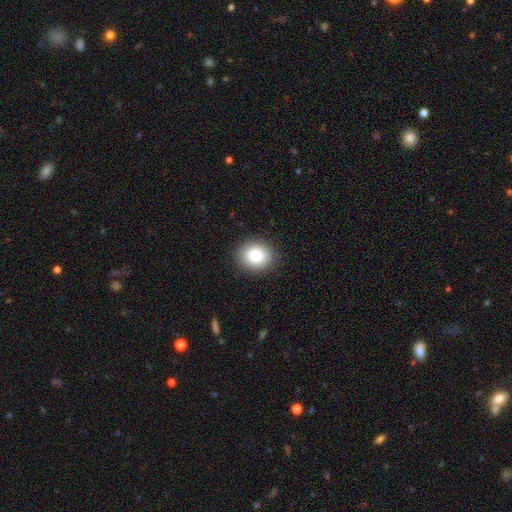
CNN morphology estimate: smooth 81%, star or artifact 10%, featured or disk 9%. Down the decision tree: how rounded — round (72%); merging — none (90%).